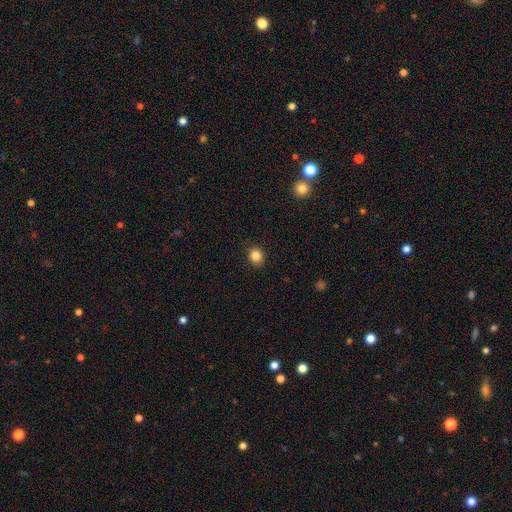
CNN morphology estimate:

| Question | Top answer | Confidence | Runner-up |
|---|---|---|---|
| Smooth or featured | smooth | 85% | star or artifact (10%) |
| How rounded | round | 62% | in between (37%) |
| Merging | none | 89% | minor disturbance (8%) |